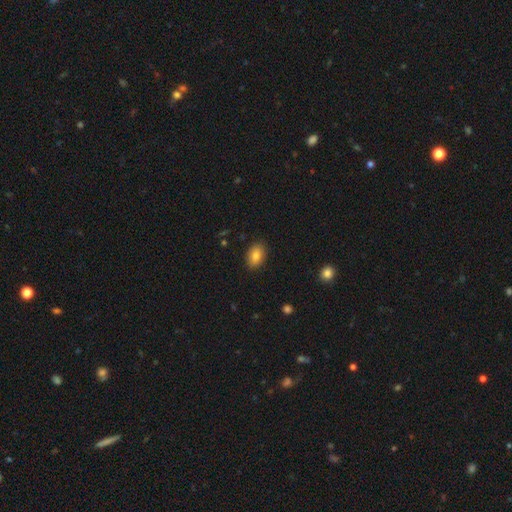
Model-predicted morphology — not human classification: Q: Smooth or featured?
A: smooth (81%); runner-up: featured or disk (11%)
Q: How rounded?
A: in between (84%); runner-up: round (15%)
Q: Merging?
A: none (87%); runner-up: minor disturbance (10%)